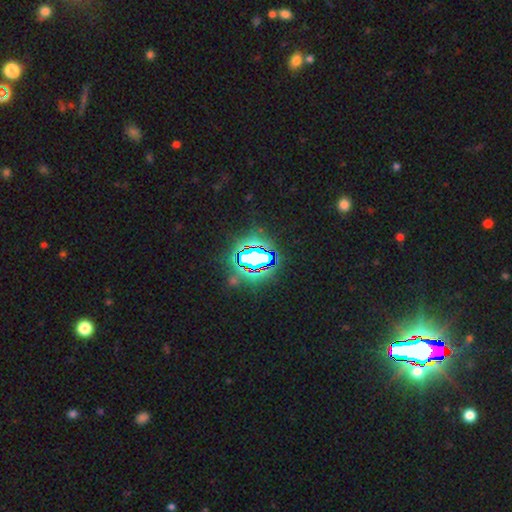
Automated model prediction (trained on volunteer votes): Q: Smooth or featured?
A: star or artifact (77%); runner-up: smooth (14%)